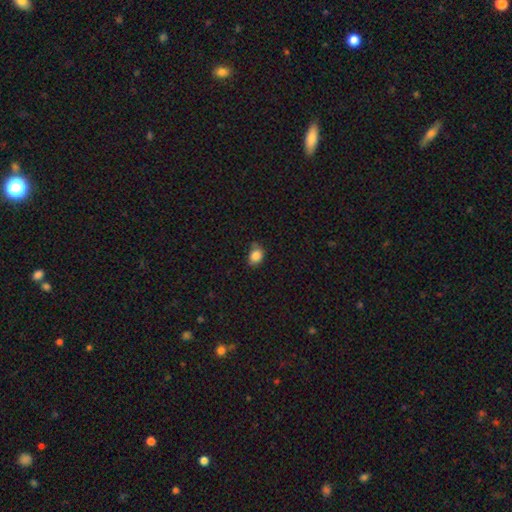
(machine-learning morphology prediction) The model was most divided on "how rounded": in between: 63%, round: 36%, cigar-shaped: 1%. More confident: smooth or featured — smooth (85%); merging — none (69%).